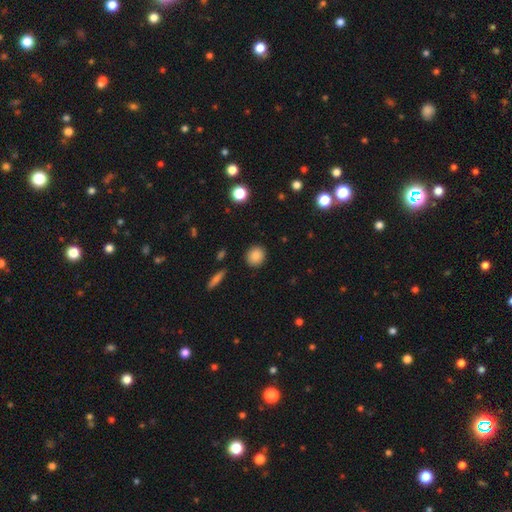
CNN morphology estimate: A smooth galaxy with no disk features (86%) that is round (81%).

Vote fractions:
- Smooth or featured? smooth: 86% / star or artifact: 9% / featured or disk: 5%
- How rounded? round: 81% / in between: 17% / cigar-shaped: 1%
- Merging? none: 90% / minor disturbance: 7% / major disturbance: 2% / merger: 1%